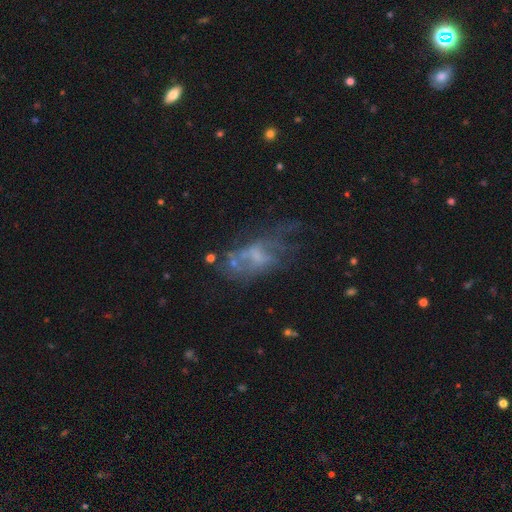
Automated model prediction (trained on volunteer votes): Smooth or featured: featured or disk — 55% (smooth — 29%)
Edge-on disk: no — 94% (yes — 6%)
Bar: no — 73% (weak — 22%)
Spiral arms: no — 77% (yes — 23%)
Bulge size: none — 44% (small — 30%)
Merging: major disturbance — 35% (none — 34%)